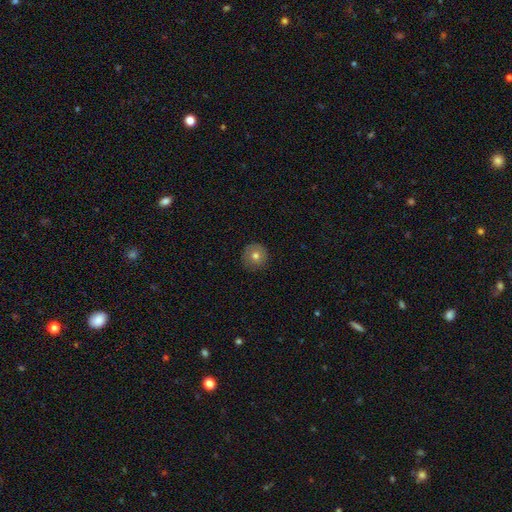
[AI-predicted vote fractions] Morphology: type=smooth (74%); roundness=round (96%); merging=none (88%).